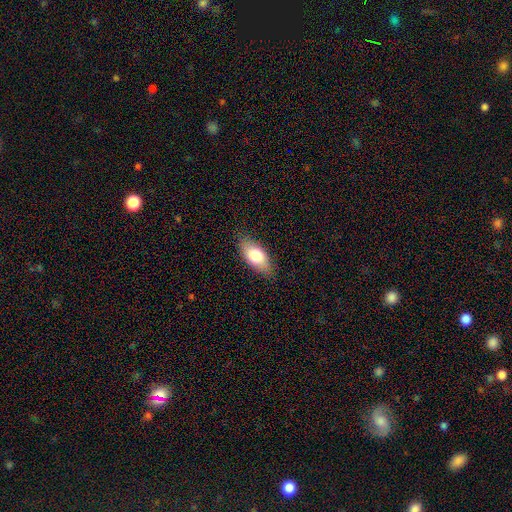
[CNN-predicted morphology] smooth-or-featured: smooth: 75% | featured or disk: 19% | star or artifact: 6%
  how-rounded: in between: 88% | cigar-shaped: 8% | round: 4%
  merging: none: 84% | minor disturbance: 13% | major disturbance: 3% | merger: 1%